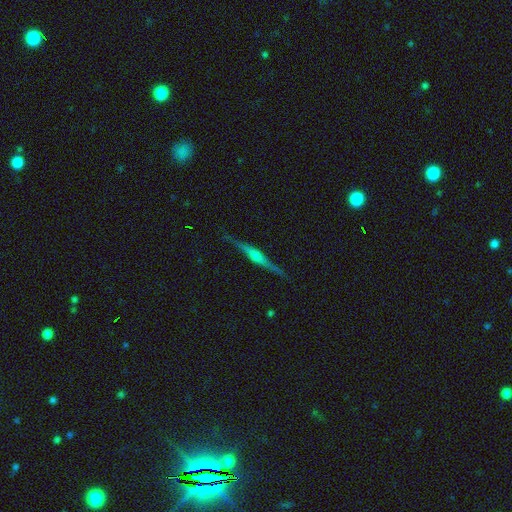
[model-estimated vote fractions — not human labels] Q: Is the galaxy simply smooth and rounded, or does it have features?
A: featured or disk — 80%.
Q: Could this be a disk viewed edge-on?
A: yes — 98%.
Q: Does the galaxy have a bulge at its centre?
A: rounded — 84%.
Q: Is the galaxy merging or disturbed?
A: none — 88%.